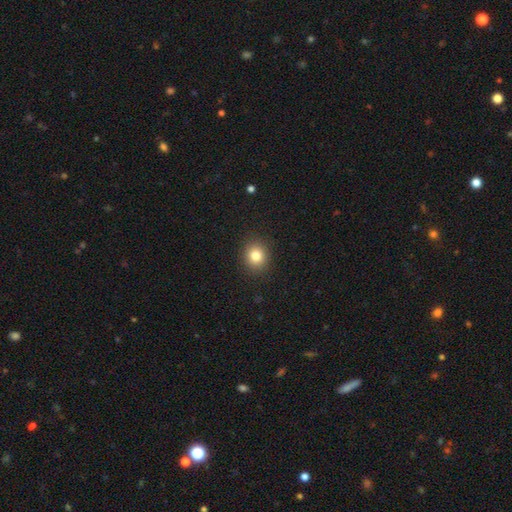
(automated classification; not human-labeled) Smooth or featured: smooth — 82% (star or artifact — 11%)
How rounded: round — 75% (in between — 25%)
Merging: none — 90% (minor disturbance — 7%)